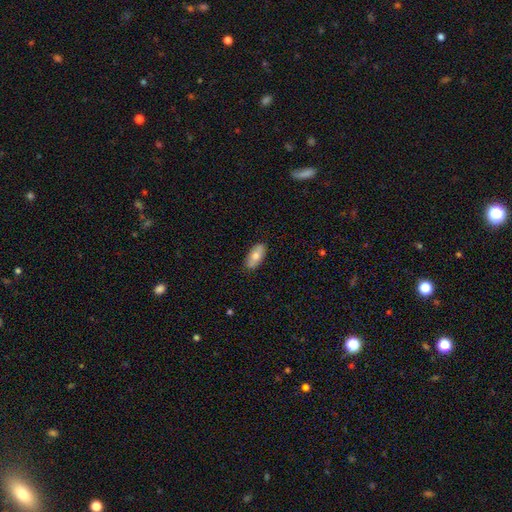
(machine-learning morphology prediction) Smooth or featured: smooth — 73% (featured or disk — 20%)
How rounded: in between — 86% (cigar-shaped — 12%)
Merging: none — 87% (minor disturbance — 11%)